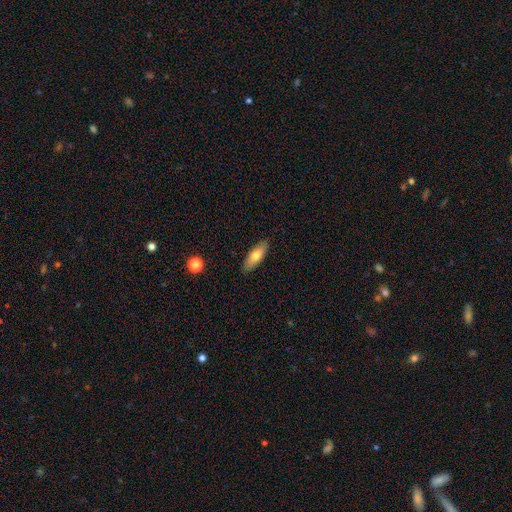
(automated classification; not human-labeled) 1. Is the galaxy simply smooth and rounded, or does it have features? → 67% smooth, 26% featured or disk, 7% star or artifact.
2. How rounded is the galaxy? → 65% in between, 32% cigar-shaped, 3% round.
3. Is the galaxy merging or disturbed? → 87% none, 10% minor disturbance, 2% major disturbance, 1% merger.